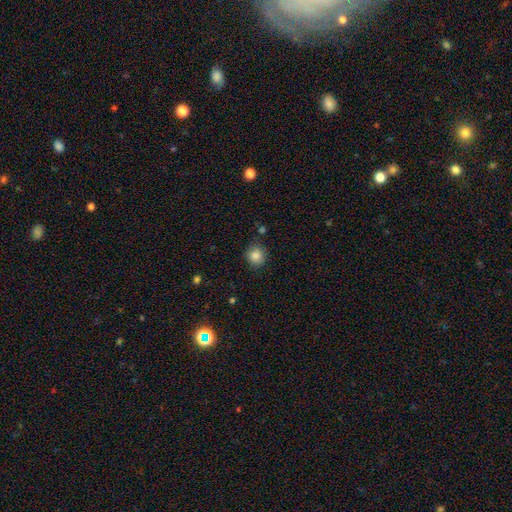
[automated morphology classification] This is clearly a smooth galaxy (86%). How rounded: clearly round (83%). Merging: clearly none (83%).